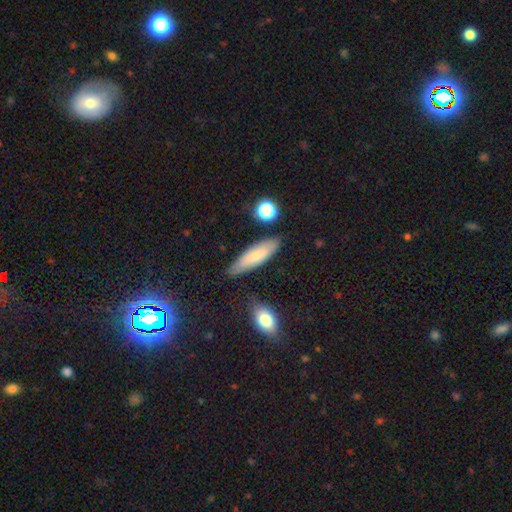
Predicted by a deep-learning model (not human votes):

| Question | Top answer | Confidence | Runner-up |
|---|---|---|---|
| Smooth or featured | smooth | 73% | featured or disk (20%) |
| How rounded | cigar-shaped | 58% | in between (40%) |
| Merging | none | 79% | minor disturbance (15%) |